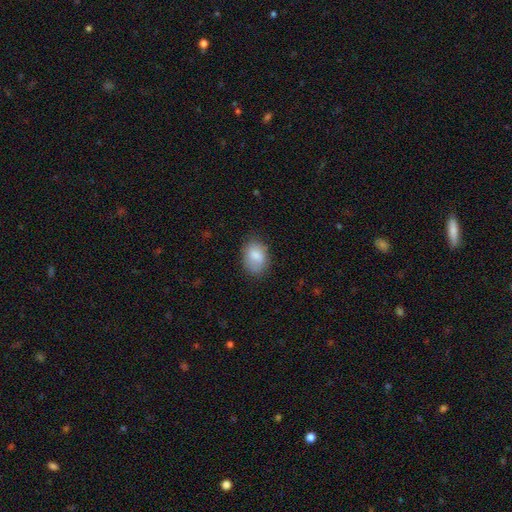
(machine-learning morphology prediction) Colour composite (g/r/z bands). It shows a smooth galaxy with no disk features (80%) that is in between round and cigar-shaped (80%). Merging: none (70%).